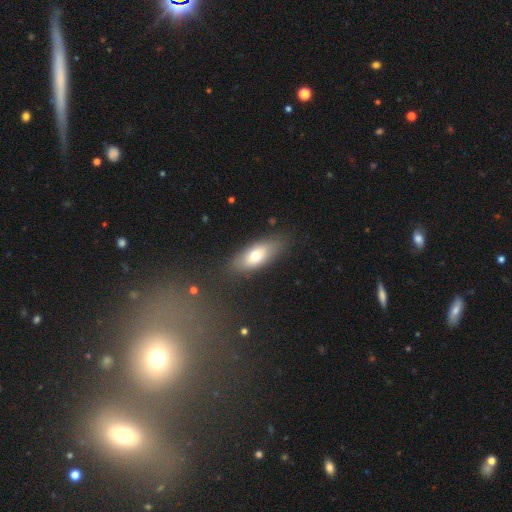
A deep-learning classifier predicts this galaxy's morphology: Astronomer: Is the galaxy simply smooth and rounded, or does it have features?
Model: smooth — 68%.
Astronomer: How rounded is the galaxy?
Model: in between — 79%.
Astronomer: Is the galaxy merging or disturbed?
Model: none — 82%.